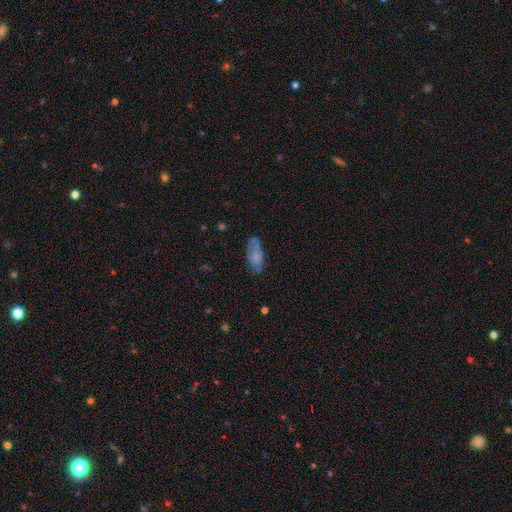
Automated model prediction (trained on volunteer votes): Smooth or featured: smooth — 58% (featured or disk — 32%)
How rounded: in between — 84% (cigar-shaped — 13%)
Merging: none — 58% (minor disturbance — 26%)